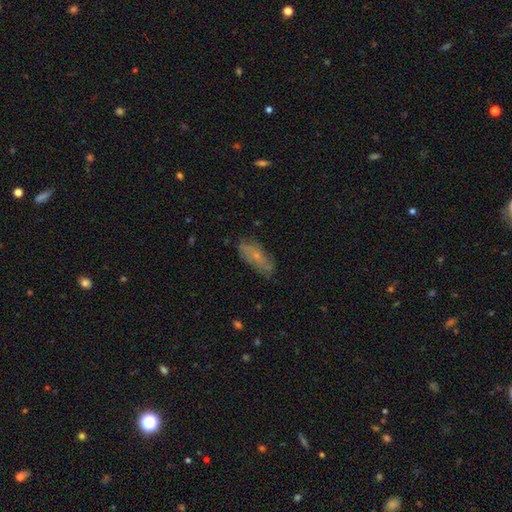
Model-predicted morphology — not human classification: smooth 48%, featured or disk 44%, star or artifact 9%. Down the decision tree: merging — none (69%).